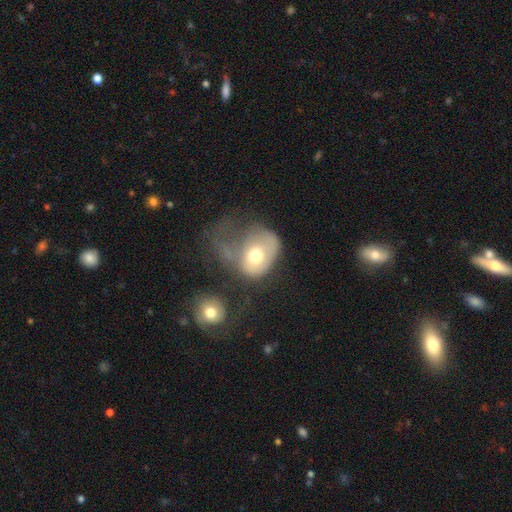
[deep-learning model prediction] Overall: smooth (55%; featured or disk 37%). How rounded: in between (53%; round 46%). Merging: major disturbance (59%).